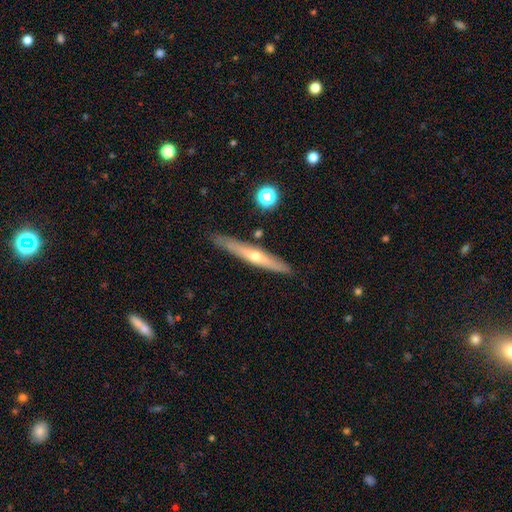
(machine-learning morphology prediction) This is likely a featured or disk galaxy (62%). It is clearly viewed edge-on (93%). Edge-on bulge: likely rounded (75%). Merging: clearly none (86%).